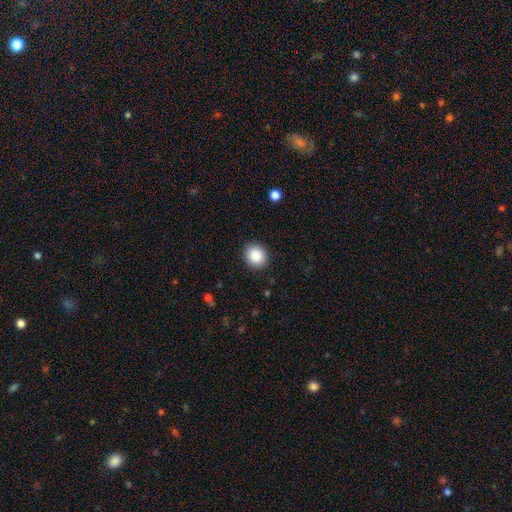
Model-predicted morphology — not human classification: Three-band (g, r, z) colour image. It shows a smooth galaxy with no disk features (88%) that is round (73%). Merging: none (90%).